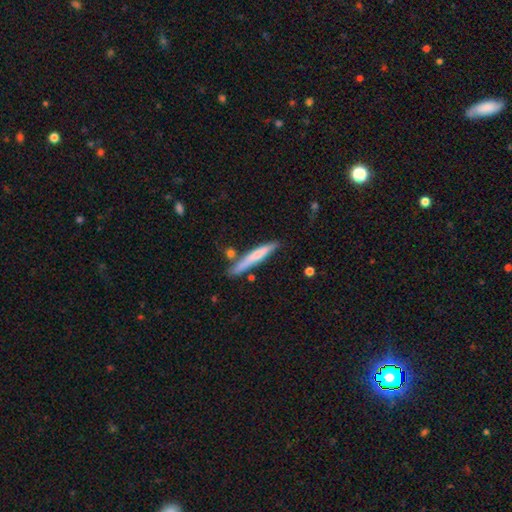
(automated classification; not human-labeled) Smooth or featured? Predicted: smooth (p=0.61). How rounded? Predicted: cigar-shaped (p=0.94). Merging? Predicted: none (p=0.77).